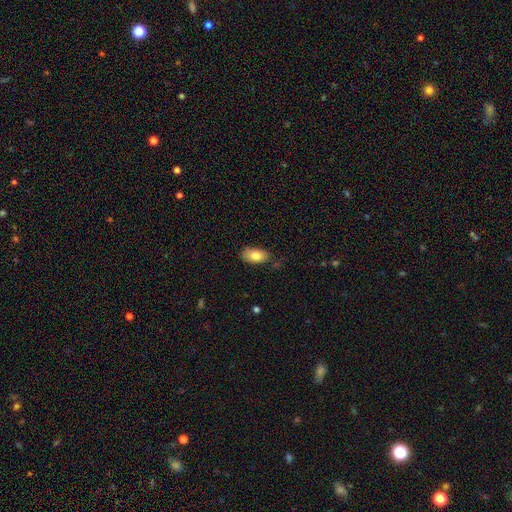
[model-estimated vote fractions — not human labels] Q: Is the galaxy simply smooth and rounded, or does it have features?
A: smooth — 80%.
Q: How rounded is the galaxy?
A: in between — 92%.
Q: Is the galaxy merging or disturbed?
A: none — 74%.